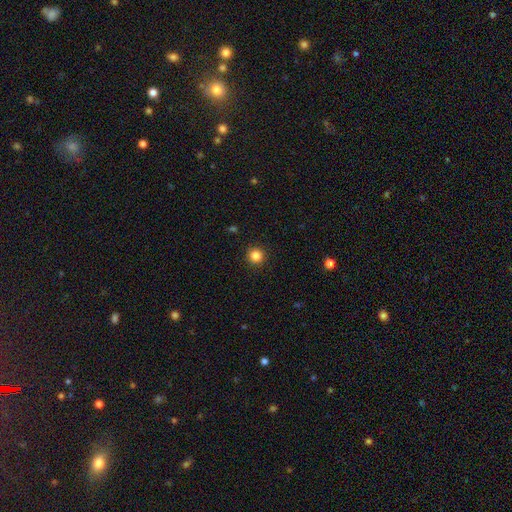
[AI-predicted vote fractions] Overall: smooth (84%). How rounded: round (95%). Merging: none (92%).